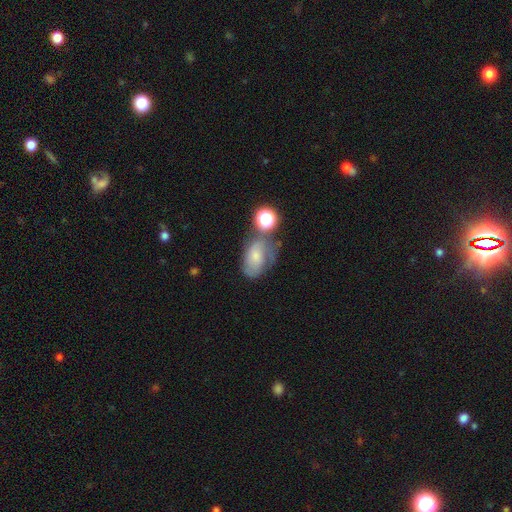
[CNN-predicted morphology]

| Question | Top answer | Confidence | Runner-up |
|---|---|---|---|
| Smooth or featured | smooth | 49% | featured or disk (39%) |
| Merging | none | 36% | minor disturbance (27%) |